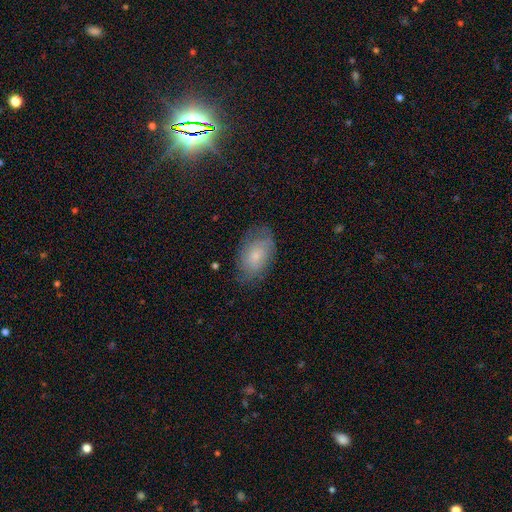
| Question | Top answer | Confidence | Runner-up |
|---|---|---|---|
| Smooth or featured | smooth | 76% | featured or disk (18%) |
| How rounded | in between | 72% | round (28%) |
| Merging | none | 61% | minor disturbance (33%) |